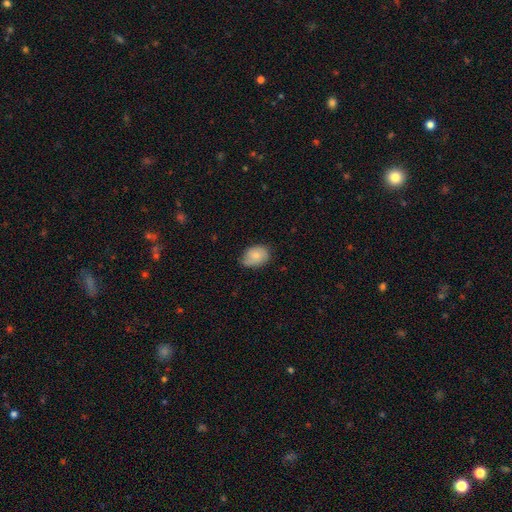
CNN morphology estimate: smooth-or-featured: smooth: 74% | featured or disk: 19% | star or artifact: 7%
  how-rounded: in between: 68% | round: 31% | cigar-shaped: 1%
  merging: none: 63% | minor disturbance: 30% | major disturbance: 5% | merger: 1%